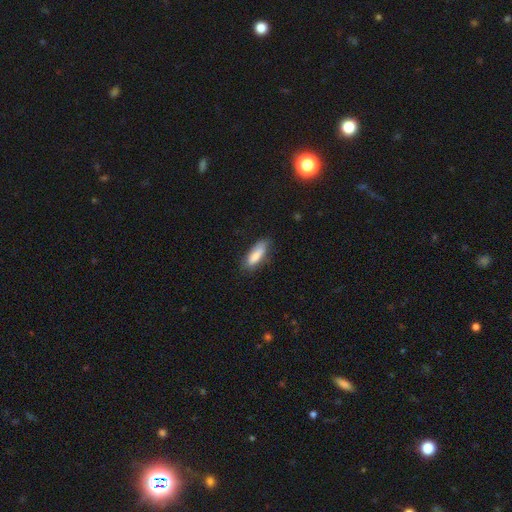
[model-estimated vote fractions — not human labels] Morphology: type=smooth (82%); roundness=in between (57%); merging=none (73%).